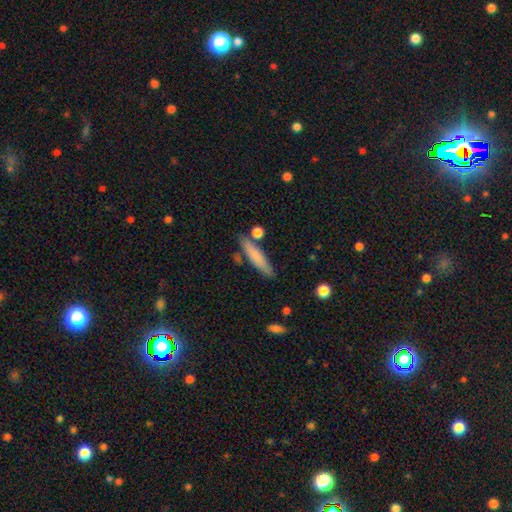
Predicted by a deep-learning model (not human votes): Smooth or featured: smooth — 74% (featured or disk — 20%)
How rounded: cigar-shaped — 84% (in between — 14%)
Merging: none — 78% (minor disturbance — 13%)